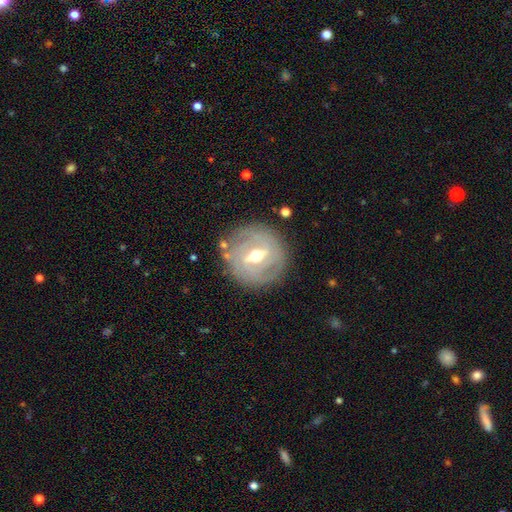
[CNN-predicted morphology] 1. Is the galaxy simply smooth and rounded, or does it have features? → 80% featured or disk, 14% smooth, 6% star or artifact.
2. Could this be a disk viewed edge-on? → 89% no, 11% yes.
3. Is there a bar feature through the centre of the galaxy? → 51% strong, 39% weak, 10% no.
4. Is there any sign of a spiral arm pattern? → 69% yes, 31% no.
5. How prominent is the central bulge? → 74% moderate, 18% small, 6% large, 1% dominant, 1% none.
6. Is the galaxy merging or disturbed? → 82% none, 12% minor disturbance, 4% major disturbance, 2% merger.